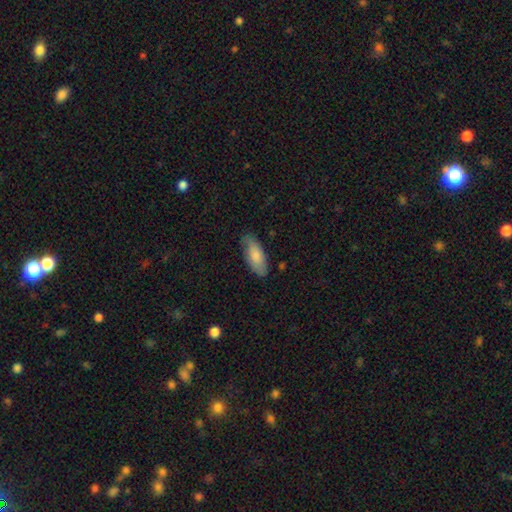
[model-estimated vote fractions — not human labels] The model was most divided on "merging": none: 77%, minor disturbance: 18%, major disturbance: 3%, merger: 1%. More confident: how rounded — in between (80%); smooth or featured — smooth (78%).